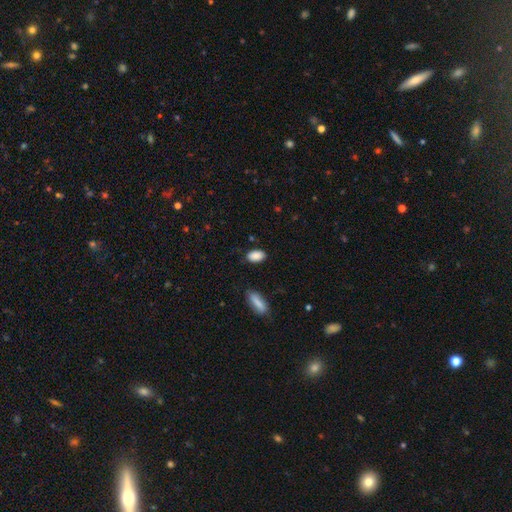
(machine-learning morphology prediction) Smooth or featured? Predicted: smooth (p=0.89). How rounded? Predicted: in between (p=0.92). Merging? Predicted: none (p=0.84).